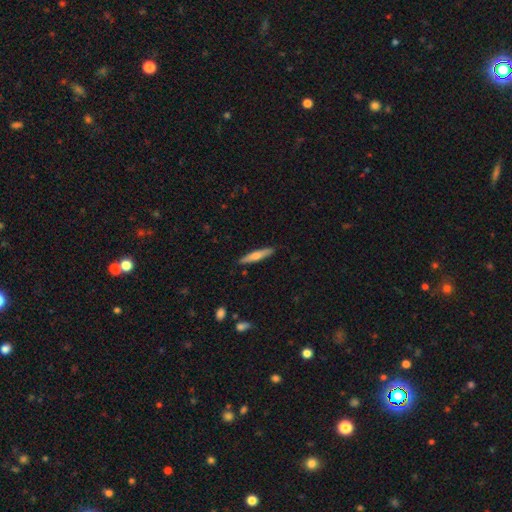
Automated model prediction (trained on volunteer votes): Smooth or featured: smooth — 52% (featured or disk — 42%)
How rounded: cigar-shaped — 89% (in between — 9%)
Merging: none — 90% (minor disturbance — 8%)